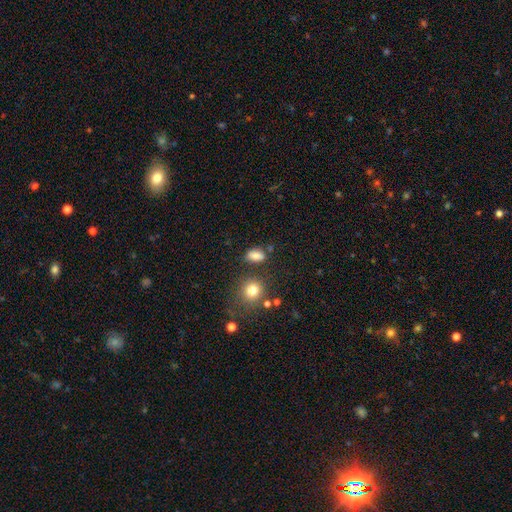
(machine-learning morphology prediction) The model was most divided on "merging": none: 73%, minor disturbance: 15%, merger: 8%, major disturbance: 4%. More confident: smooth or featured — smooth (80%); how rounded — in between (79%).